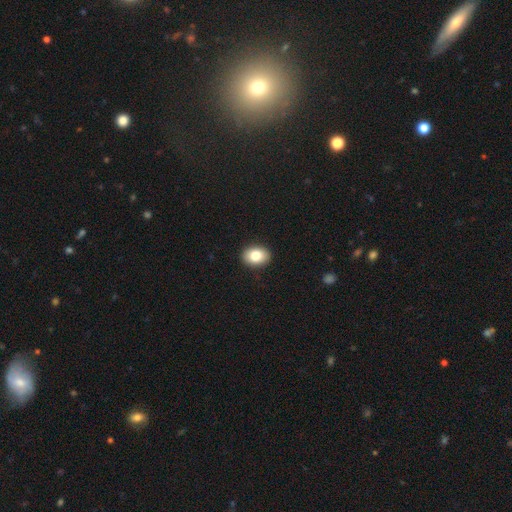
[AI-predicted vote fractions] Smooth or featured: smooth — 82% (featured or disk — 10%)
How rounded: in between — 72% (round — 27%)
Merging: none — 91% (minor disturbance — 6%)